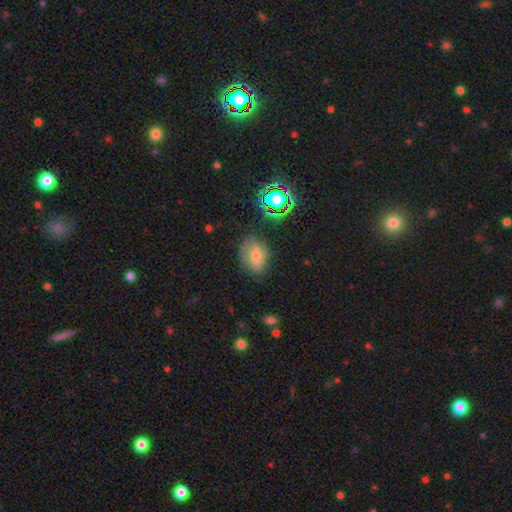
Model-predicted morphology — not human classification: type=smooth (52%); roundness=in between (74%); merging=none (61%).